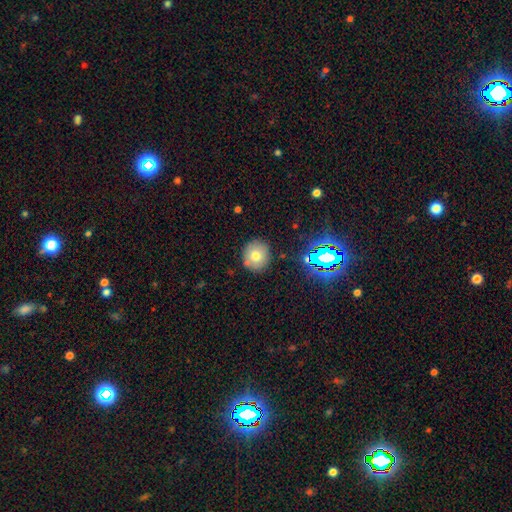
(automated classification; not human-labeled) Smooth or featured: smooth — 72% (star or artifact — 14%)
How rounded: round — 88% (in between — 11%)
Merging: none — 84% (minor disturbance — 9%)